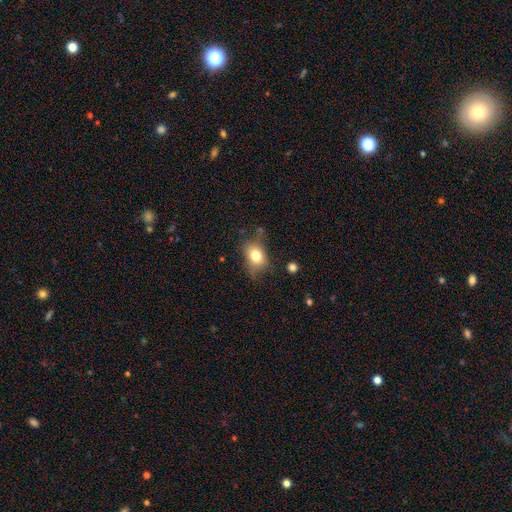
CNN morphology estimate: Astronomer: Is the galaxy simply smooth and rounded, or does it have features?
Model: smooth — 76%.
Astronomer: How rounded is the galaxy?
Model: in between — 68%.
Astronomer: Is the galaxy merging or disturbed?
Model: none — 64%.